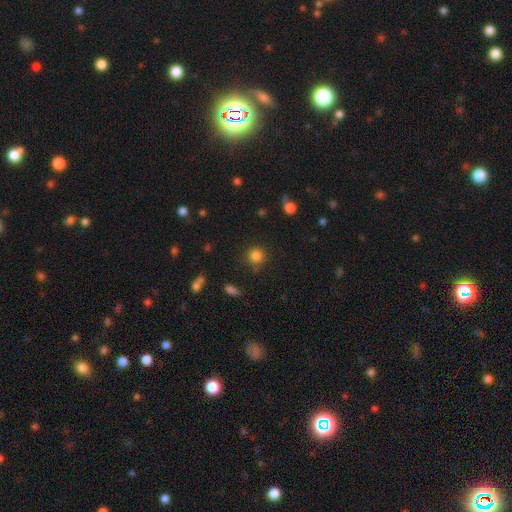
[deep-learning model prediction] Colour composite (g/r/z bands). It shows a smooth galaxy with no disk features (82%) that is round (93%). Merging: none (85%).